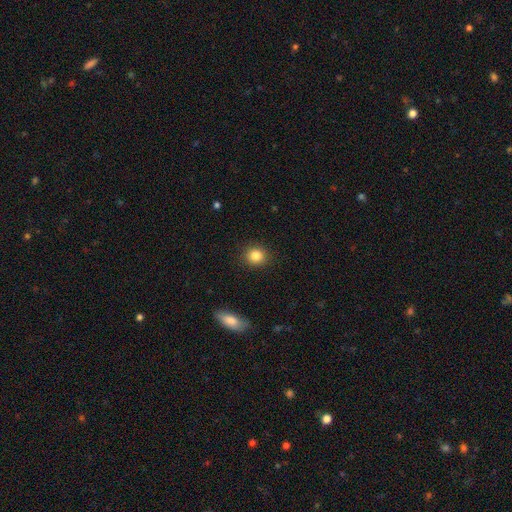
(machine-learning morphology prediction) Smooth or featured: smooth — 84% (star or artifact — 10%)
How rounded: round — 85% (in between — 14%)
Merging: none — 91% (minor disturbance — 6%)